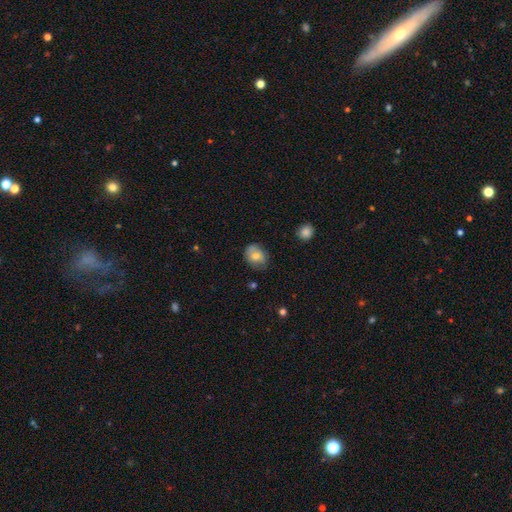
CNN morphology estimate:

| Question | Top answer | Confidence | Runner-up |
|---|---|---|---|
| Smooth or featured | smooth | 70% | featured or disk (21%) |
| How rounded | in between | 55% | round (44%) |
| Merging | none | 71% | minor disturbance (23%) |